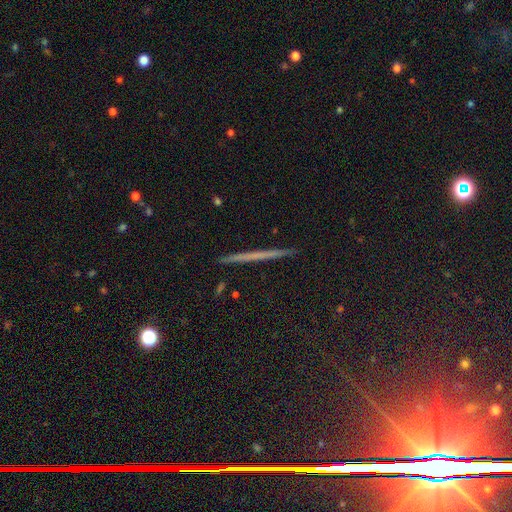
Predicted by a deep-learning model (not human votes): Overall: featured or disk (47%; smooth 33%). Merging: none (93%).